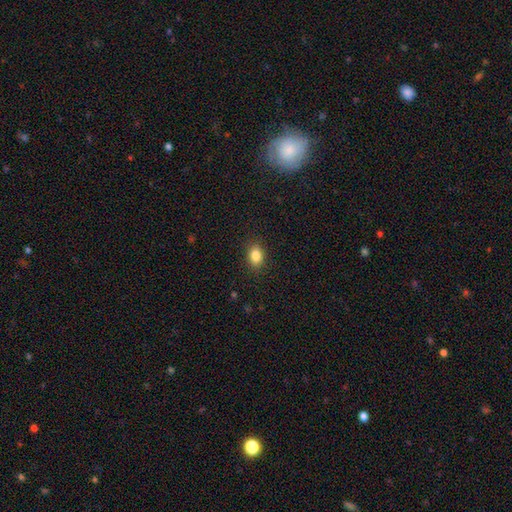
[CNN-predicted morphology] Smooth or featured? smooth (85%)
How rounded? in between (71%)
Merging? none (89%)